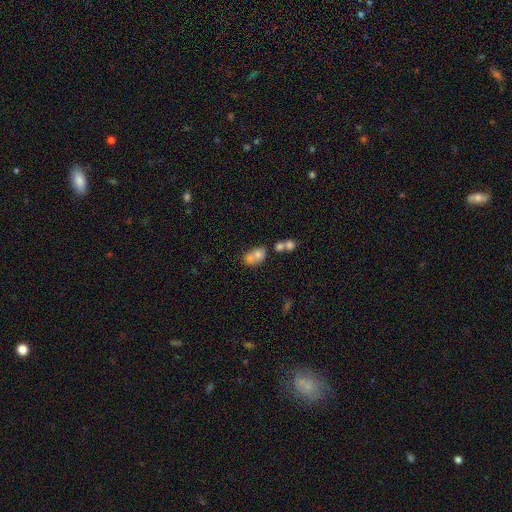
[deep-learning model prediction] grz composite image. It shows a smooth galaxy with no disk features (66%) that is in between round and cigar-shaped (56%). Merging: merger (62%).